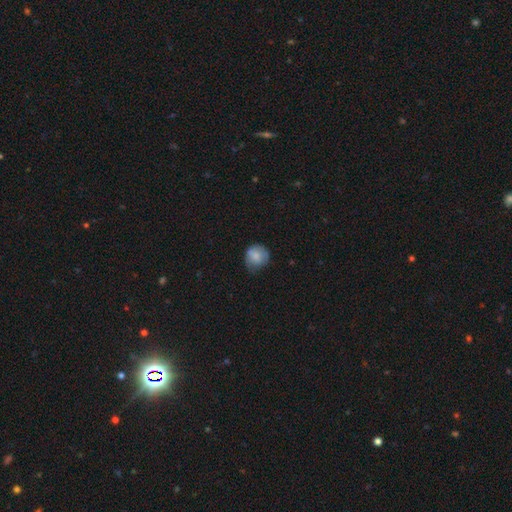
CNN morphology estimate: This is likely a smooth galaxy (77%). How rounded: clearly round (82%). Merging: possibly none (58%).